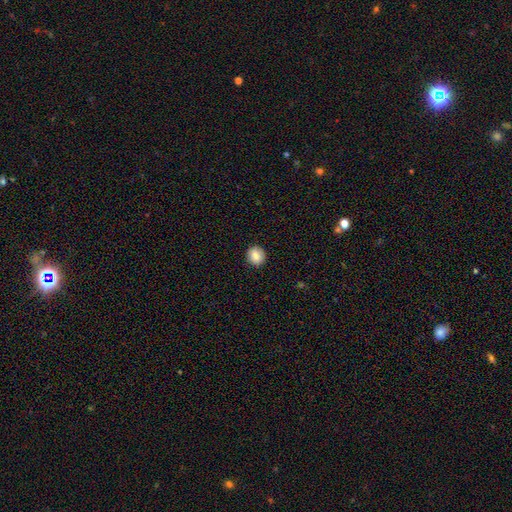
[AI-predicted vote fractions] Morphology: type=smooth (84%); roundness=round (83%); merging=none (90%).